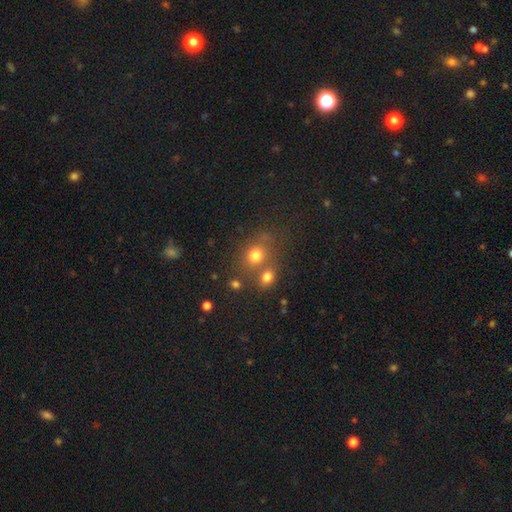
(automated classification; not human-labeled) smooth 73%, star or artifact 17%, featured or disk 9%. Down the decision tree: how rounded — round (73%); merging — none (55%).